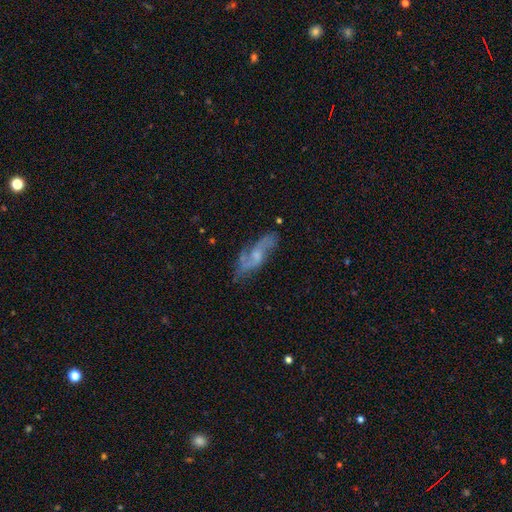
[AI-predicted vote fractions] smooth-or-featured: featured or disk: 71% | smooth: 21% | star or artifact: 8%
  disk-edge-on: no: 85% | yes: 15%
    bar: no: 55% | weak: 38% | strong: 7%
    has-spiral-arms: yes: 89% | no: 11%
      spiral-winding: loose: 47% | medium: 39% | tight: 14%
      spiral-arm-count: 2: 77% | can't tell: 12% | 3: 4% | 1: 4% | 4: 2% | more than 4: 1%
    bulge-size: small: 46% | moderate: 38% | none: 12% | large: 3% | dominant: 1%
  merging: none: 67% | minor disturbance: 22% | major disturbance: 9% | merger: 3%